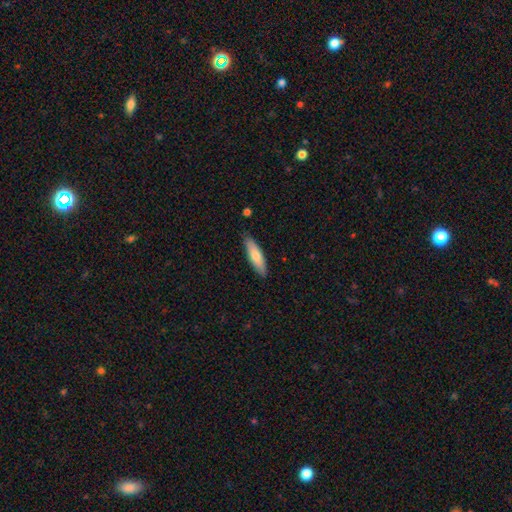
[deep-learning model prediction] Q: Smooth or featured?
A: smooth (75%); runner-up: featured or disk (20%)
Q: How rounded?
A: cigar-shaped (64%); runner-up: in between (34%)
Q: Merging?
A: none (87%); runner-up: minor disturbance (10%)